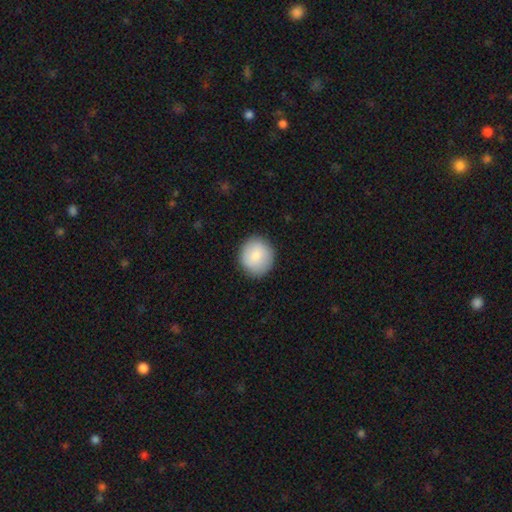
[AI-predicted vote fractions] Overall: smooth (85%). How rounded: round (86%). Merging: none (88%).